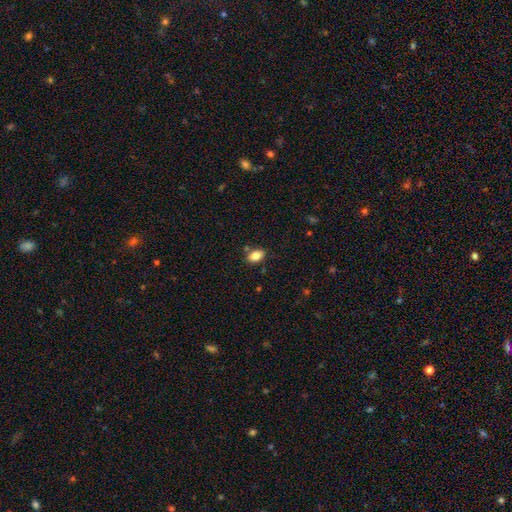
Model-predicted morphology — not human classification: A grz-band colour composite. It shows a smooth galaxy with no disk features (82%) that is in between round and cigar-shaped (87%). Merging: none (80%).